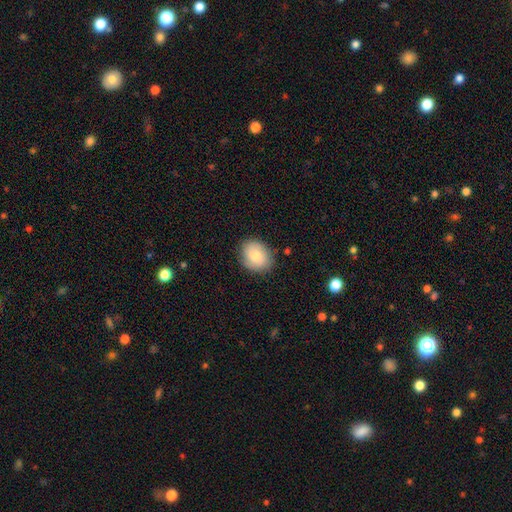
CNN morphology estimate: Smooth or featured?
  - smooth: 79% *
  - featured or disk: 14%
  - star or artifact: 7%
How rounded?
  - round: 52% *
  - in between: 47%
  - cigar-shaped: 1%
Merging?
  - none: 83% *
  - minor disturbance: 13%
  - major disturbance: 3%
  - merger: 1%